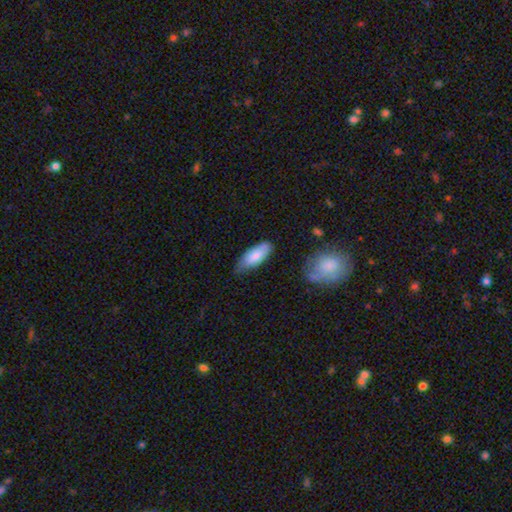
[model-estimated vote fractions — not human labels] This is clearly a smooth galaxy (80%). How rounded: likely in between (79%). Merging: possibly none (59%).